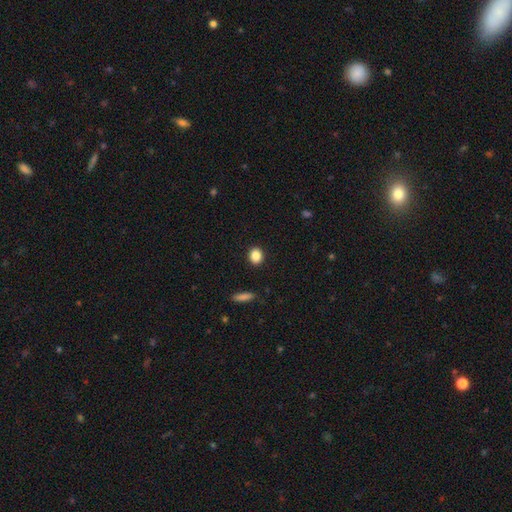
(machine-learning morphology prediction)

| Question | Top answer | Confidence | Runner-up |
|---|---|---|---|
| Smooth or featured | smooth | 86% | star or artifact (10%) |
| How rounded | round | 69% | in between (29%) |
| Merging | none | 91% | minor disturbance (6%) |